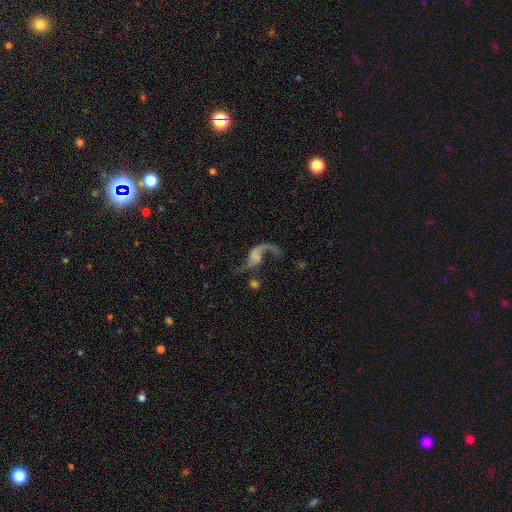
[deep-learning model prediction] smooth_or_featured: featured or disk (p=0.82) [alt: smooth p=0.10]
disk_edge_on: no (p=0.96) [alt: yes p=0.04]
bar: no (p=0.58) [alt: weak p=0.31]
has_spiral_arms: yes (p=0.92) [alt: no p=0.08]
spiral_winding: loose (p=0.91) [alt: medium p=0.07]
spiral_arm_count: 2 (p=0.79) [alt: 1 p=0.17]
bulge_size: none (p=0.53) [alt: small p=0.22]
merging: none (p=0.46) [alt: major disturbance p=0.28]